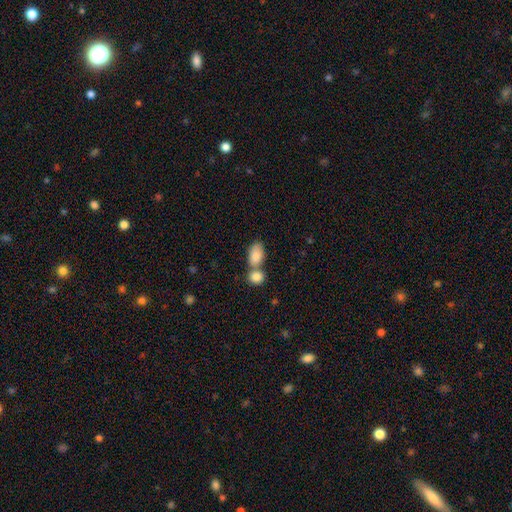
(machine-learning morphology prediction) smooth 85%, featured or disk 8%, star or artifact 7%. Down the decision tree: how rounded — in between (89%); merging — merger (52%).